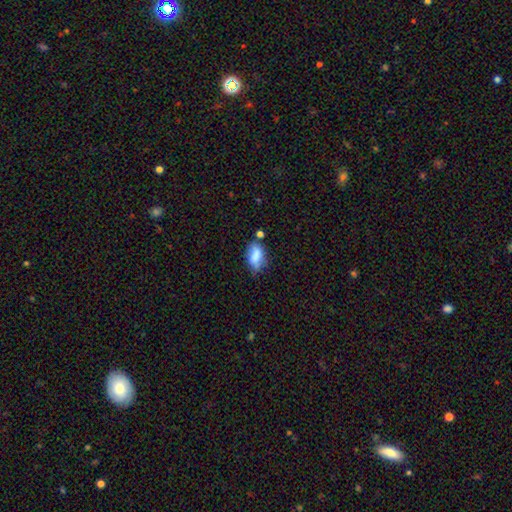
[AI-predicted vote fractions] smooth_or_featured: smooth (p=0.74) [alt: featured or disk p=0.16]
how_rounded: in between (p=0.87) [alt: round p=0.07]
merging: none (p=0.47) [alt: minor disturbance p=0.31]